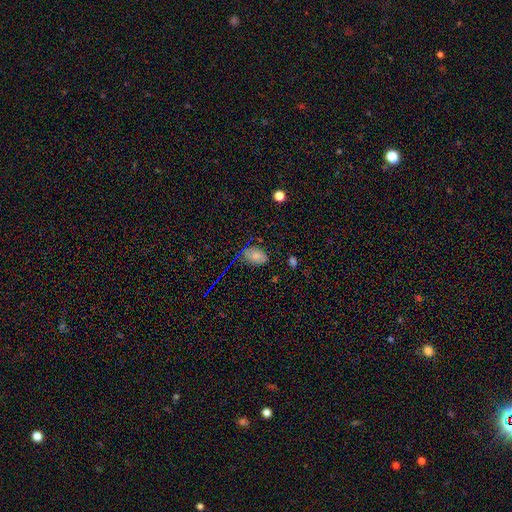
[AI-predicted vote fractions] smooth_or_featured: smooth (p=0.70) [alt: star or artifact p=0.19]
how_rounded: in between (p=0.87) [alt: round p=0.11]
merging: none (p=0.71) [alt: minor disturbance p=0.21]